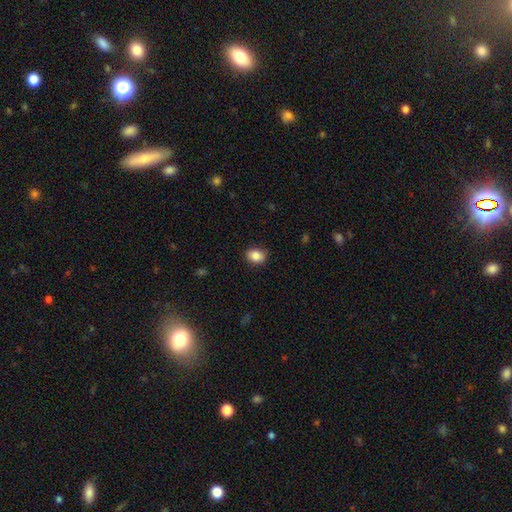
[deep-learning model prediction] This appears to be a smooth galaxy with no disk features (87%) that is in between round and cigar-shaped (60%). Merging: none (87%).